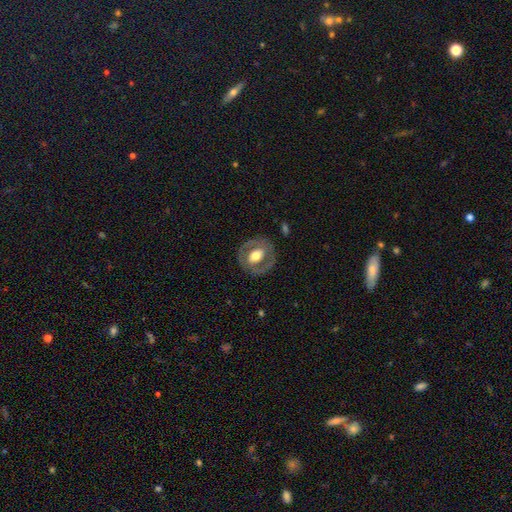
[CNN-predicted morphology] Overall: featured or disk (58%; smooth 36%). Edge-on disk: no (95%). Bar: no (56%; weak 28%). Spiral arms: no (73%). Bulge size: moderate (55%; large 35%). Merging: none (79%).